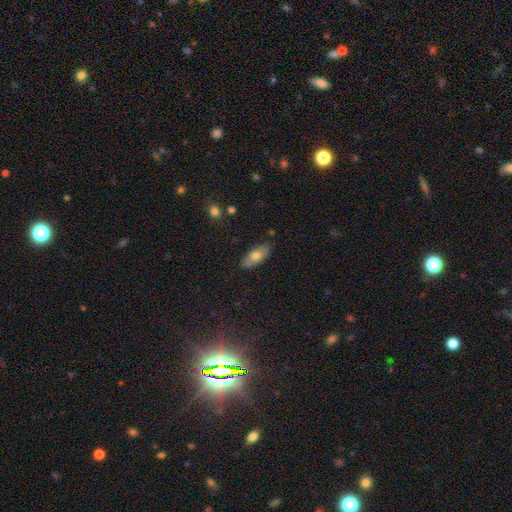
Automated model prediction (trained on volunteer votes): Morphology: type=smooth (67%); roundness=in between (85%); merging=none (83%).